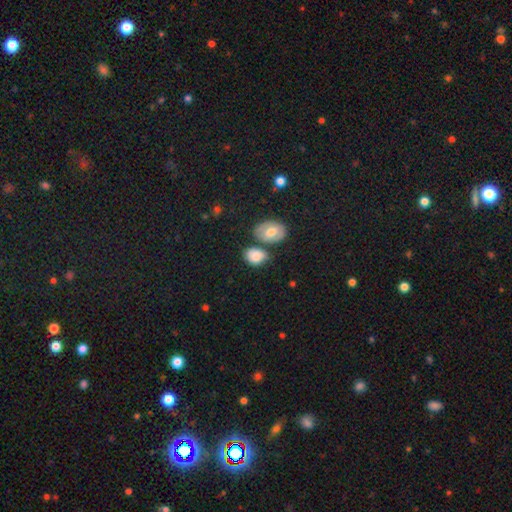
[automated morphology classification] smooth_or_featured: smooth (p=0.80) [alt: featured or disk p=0.12]
how_rounded: in between (p=0.67) [alt: round p=0.32]
merging: none (p=0.49) [alt: minor disturbance p=0.22]